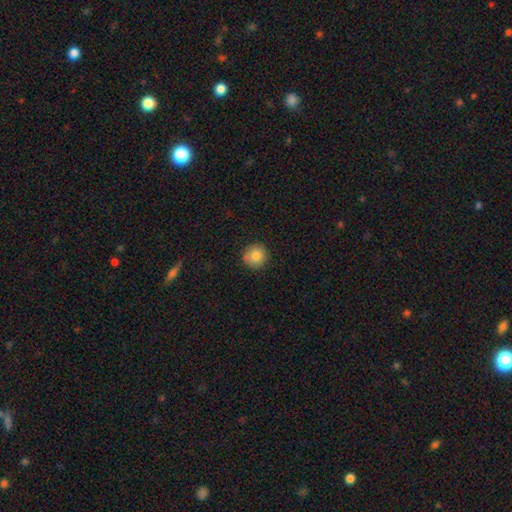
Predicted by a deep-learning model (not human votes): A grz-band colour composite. It shows a smooth galaxy with no disk features (83%) that is round (95%). Merging: none (86%).